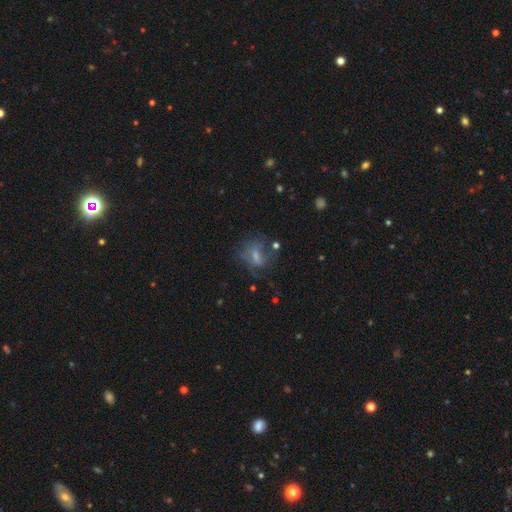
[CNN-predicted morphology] This is possibly a featured or disk galaxy (45%). Merging: possibly none (47%).